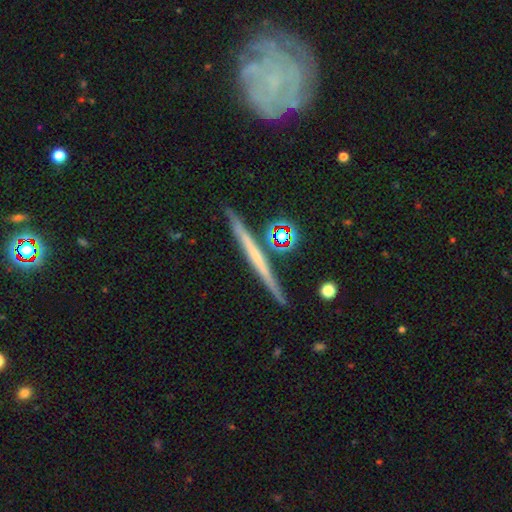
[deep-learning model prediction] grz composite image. It shows a featured or disk galaxy (55%) viewed edge-on (95%) with no central bulge (83%). Merging: none (85%).